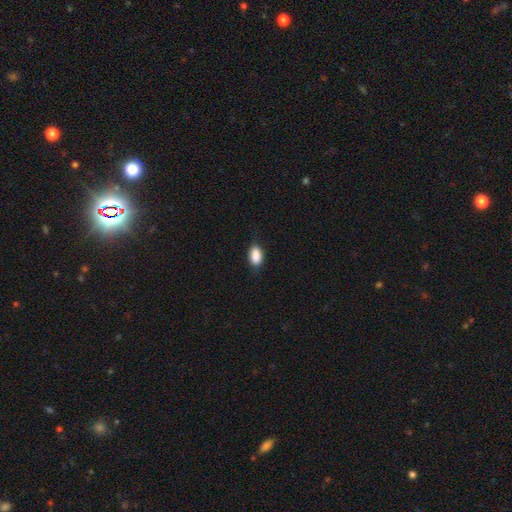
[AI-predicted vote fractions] smooth_or_featured: smooth (p=0.88) [alt: star or artifact p=0.07]
how_rounded: in between (p=0.90) [alt: round p=0.07]
merging: none (p=0.80) [alt: minor disturbance p=0.16]